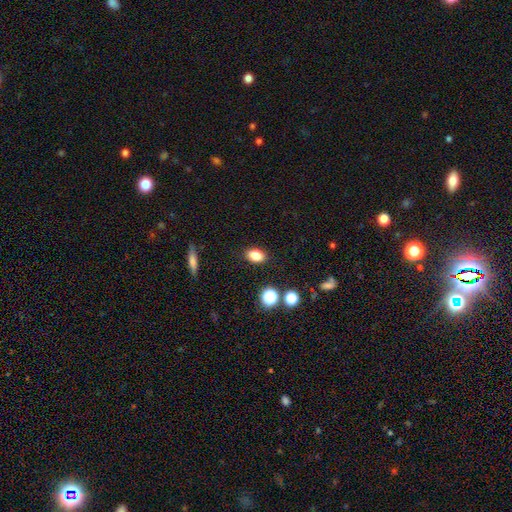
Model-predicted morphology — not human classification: Overall: smooth (81%). How rounded: in between (82%). Merging: none (87%).